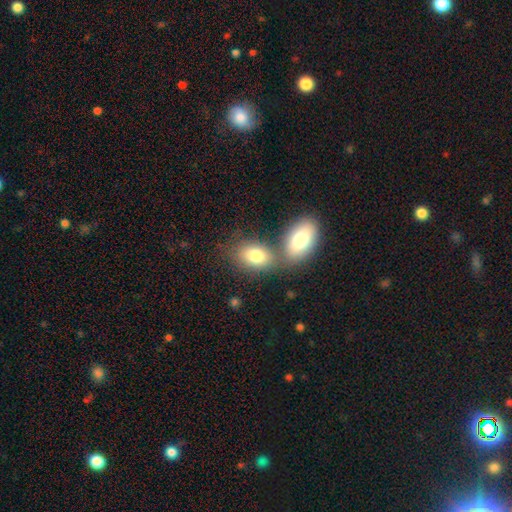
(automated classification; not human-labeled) This is likely a smooth galaxy (79%). How rounded: clearly in between (83%). Merging: marginally merger (43%, tied with none).